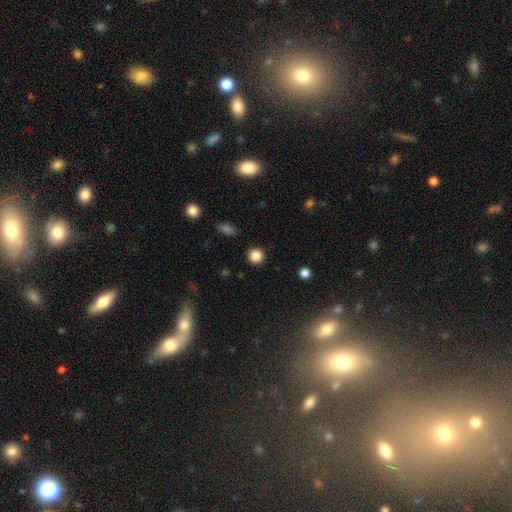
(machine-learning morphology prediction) A smooth galaxy with no disk features (86%) that is round (94%).

Vote fractions:
- Smooth or featured? smooth: 86% / star or artifact: 11% / featured or disk: 4%
- How rounded? round: 94% / in between: 5% / cigar-shaped: 1%
- Merging? none: 91% / minor disturbance: 5% / major disturbance: 2% / merger: 1%